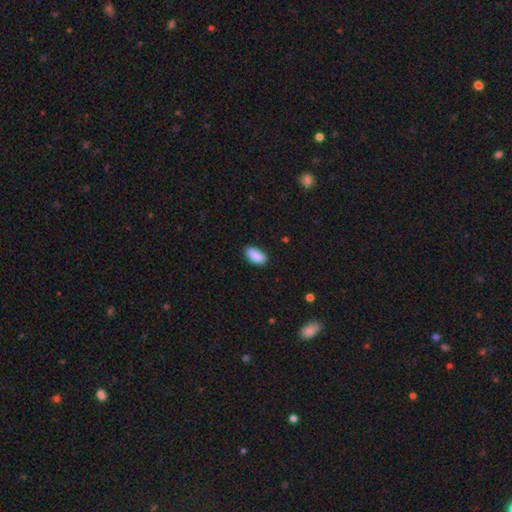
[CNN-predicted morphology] Smooth or featured: smooth — 88% (star or artifact — 7%)
How rounded: in between — 89% (cigar-shaped — 9%)
Merging: none — 80% (minor disturbance — 16%)